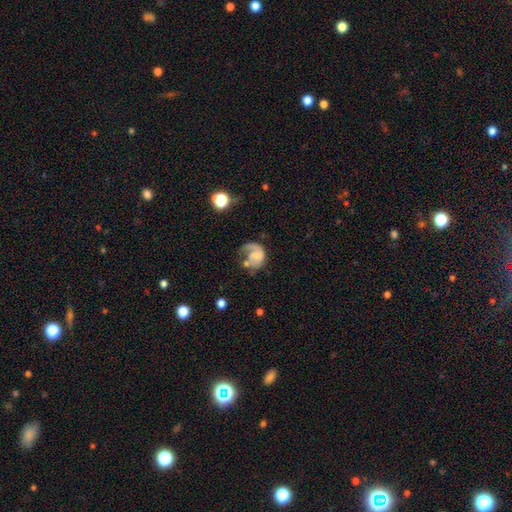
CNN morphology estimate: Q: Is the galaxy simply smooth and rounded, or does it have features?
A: featured or disk — 60%.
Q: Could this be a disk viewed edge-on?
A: no — 98%.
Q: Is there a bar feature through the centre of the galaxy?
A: no — 69%.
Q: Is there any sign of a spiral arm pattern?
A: yes — 80%.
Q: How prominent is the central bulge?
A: none — 43%.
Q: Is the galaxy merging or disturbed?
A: major disturbance — 41%.